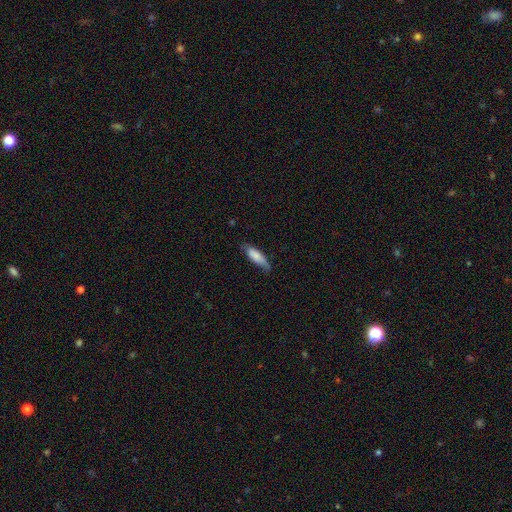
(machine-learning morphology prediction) type=smooth (77%); roundness=in between (52%); merging=none (60%).